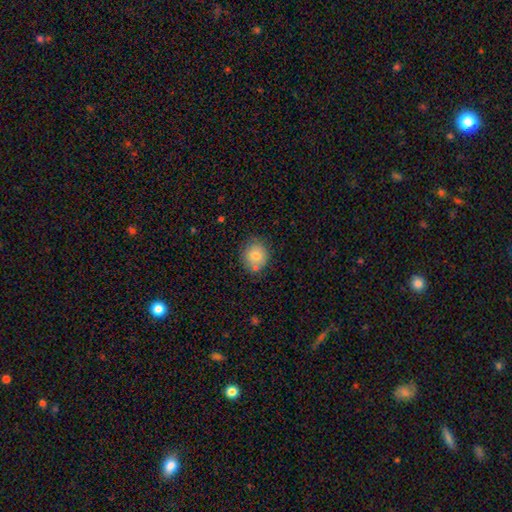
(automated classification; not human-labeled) A smooth galaxy with no disk features (76%) that is round (79%). Merging: none (70%).